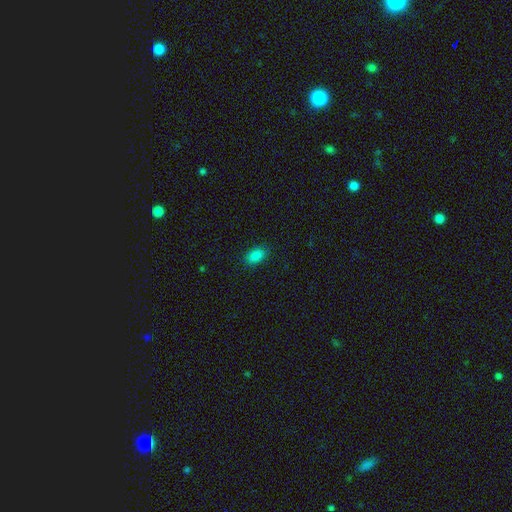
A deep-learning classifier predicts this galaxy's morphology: Smooth or featured? smooth (86%)
How rounded? in between (91%)
Merging? none (87%)